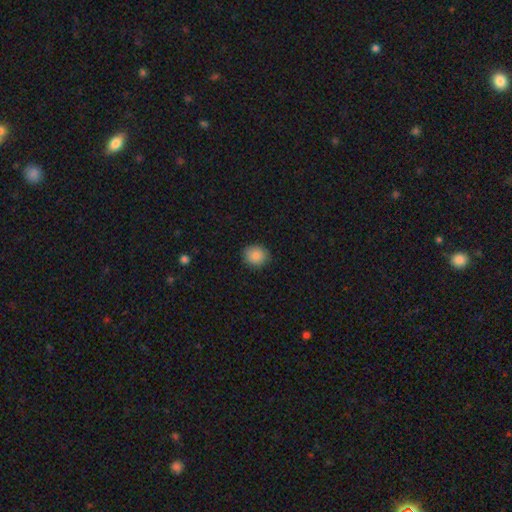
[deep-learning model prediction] Smooth or featured? smooth (88%)
How rounded? round (77%)
Merging? none (88%)